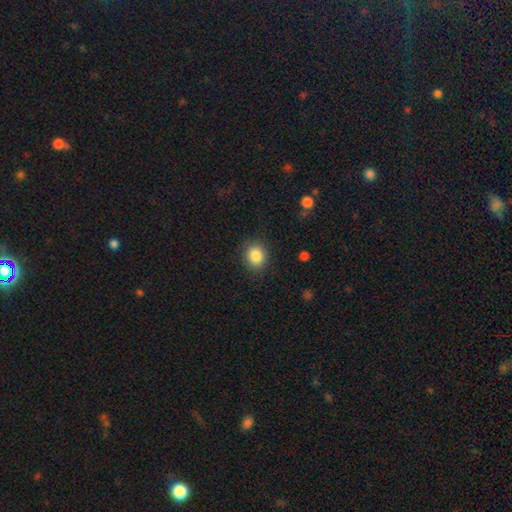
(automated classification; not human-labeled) Smooth or featured?
  - smooth: 85% *
  - star or artifact: 10%
  - featured or disk: 5%
How rounded?
  - round: 71% *
  - in between: 28%
  - cigar-shaped: 1%
Merging?
  - none: 87% *
  - minor disturbance: 9%
  - major disturbance: 3%
  - merger: 1%